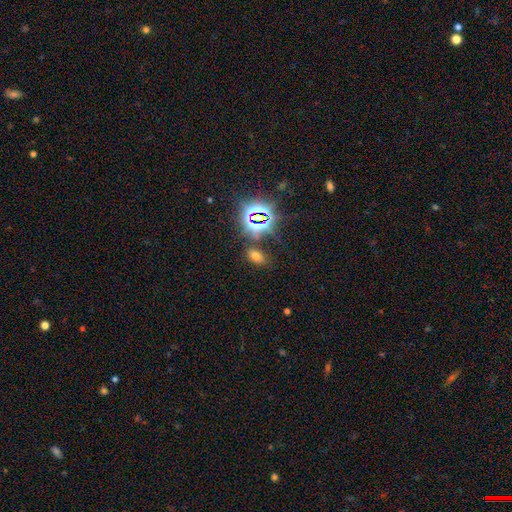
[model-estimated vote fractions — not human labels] smooth 55%, star or artifact 37%, featured or disk 8%. Down the decision tree: how rounded — in between (87%); merging — none (77%).